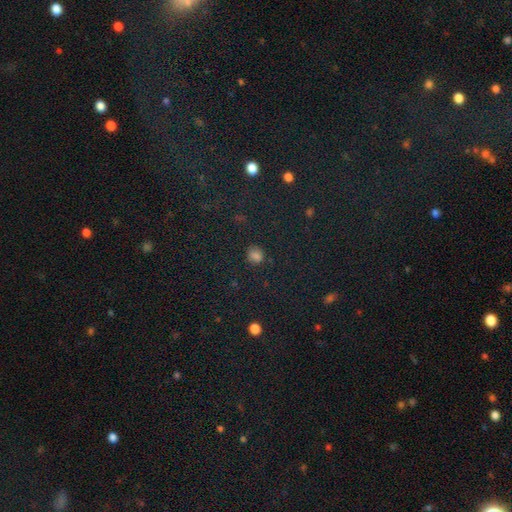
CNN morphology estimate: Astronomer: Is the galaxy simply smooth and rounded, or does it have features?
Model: smooth — 69%.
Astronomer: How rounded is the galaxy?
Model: round — 73%.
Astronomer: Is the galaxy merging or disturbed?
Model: none — 83%.